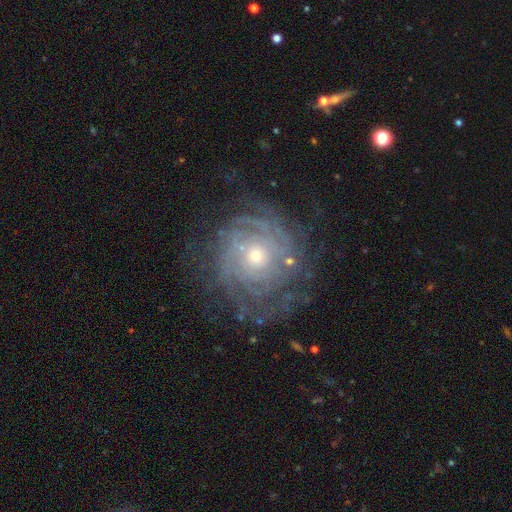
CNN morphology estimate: This is clearly a featured or disk galaxy (84%). It is clearly not viewed edge-on (97%). Bar: likely no (78%). Spiral arm pattern: clearly yes (94%). Spiral arm count: marginally can't tell (40%). Spiral winding: likely tight (77%). Central bulge: likely small (65%). Merging: likely none (73%).